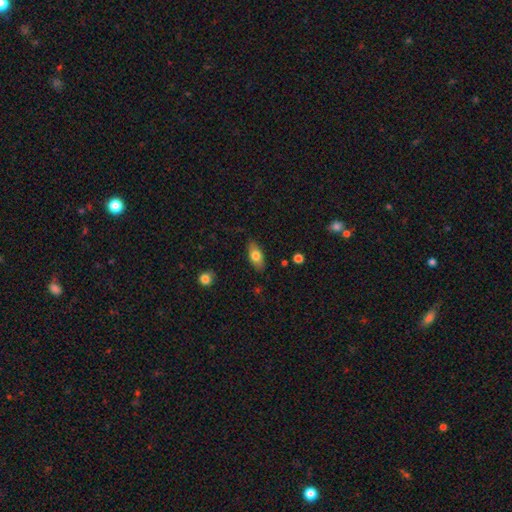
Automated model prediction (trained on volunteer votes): Morphology: type=smooth (73%); roundness=in between (85%); merging=none (84%).